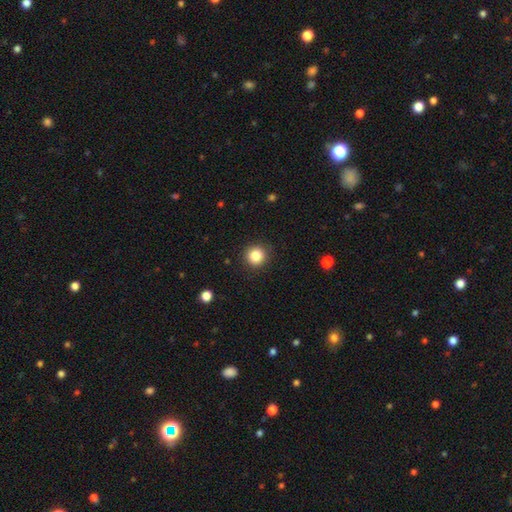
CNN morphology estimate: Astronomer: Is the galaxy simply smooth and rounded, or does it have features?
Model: smooth — 84%.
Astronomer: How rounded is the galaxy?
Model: round — 94%.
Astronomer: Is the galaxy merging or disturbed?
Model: none — 91%.